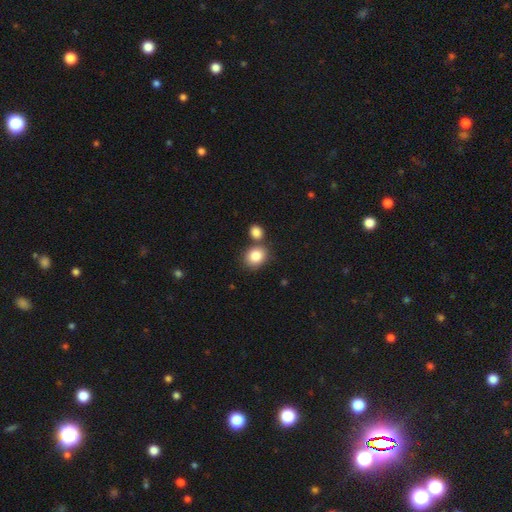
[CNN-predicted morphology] This is clearly a smooth galaxy (84%). How rounded: likely round (64%). Merging: likely none (62%).